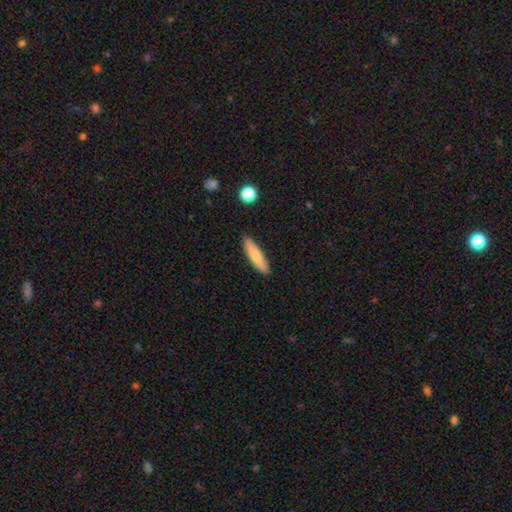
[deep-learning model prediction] smooth-or-featured: smooth: 74% | featured or disk: 20% | star or artifact: 6%
  how-rounded: cigar-shaped: 72% | in between: 27% | round: 2%
  merging: none: 87% | minor disturbance: 10% | major disturbance: 2% | merger: 1%